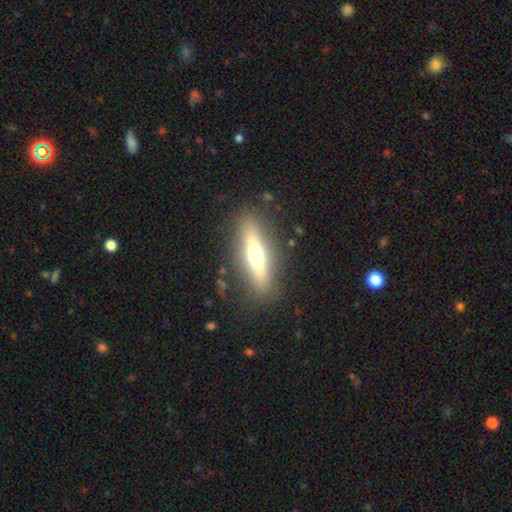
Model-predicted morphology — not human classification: smooth-or-featured: featured or disk: 51% | smooth: 42% | star or artifact: 7%
  disk-edge-on: yes: 86% | no: 14%
  merging: none: 86% | minor disturbance: 9% | major disturbance: 3% | merger: 2%